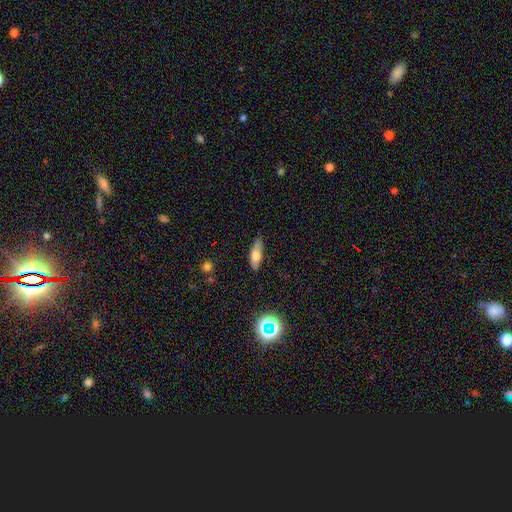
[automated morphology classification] Smooth or featured: smooth — 63% (featured or disk — 28%)
How rounded: in between — 66% (cigar-shaped — 31%)
Merging: none — 77% (minor disturbance — 18%)